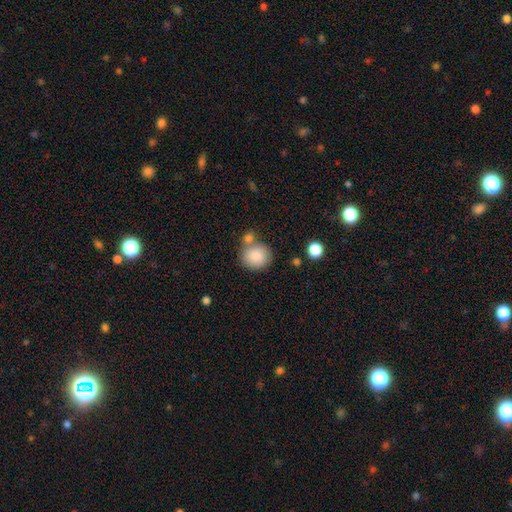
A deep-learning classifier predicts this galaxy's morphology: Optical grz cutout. It shows a smooth galaxy with no disk features (86%) that is round (83%). Merging: none (61%).